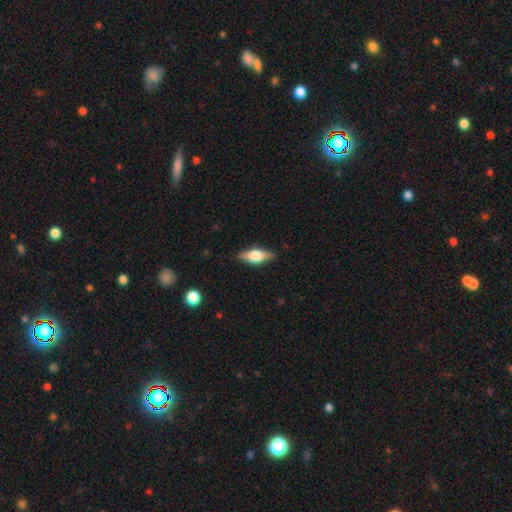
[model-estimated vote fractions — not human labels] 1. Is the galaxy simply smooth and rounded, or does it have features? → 52% smooth, 41% featured or disk, 7% star or artifact.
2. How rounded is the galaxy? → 72% in between, 25% cigar-shaped, 4% round.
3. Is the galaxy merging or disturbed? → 85% none, 11% minor disturbance, 2% major disturbance, 1% merger.